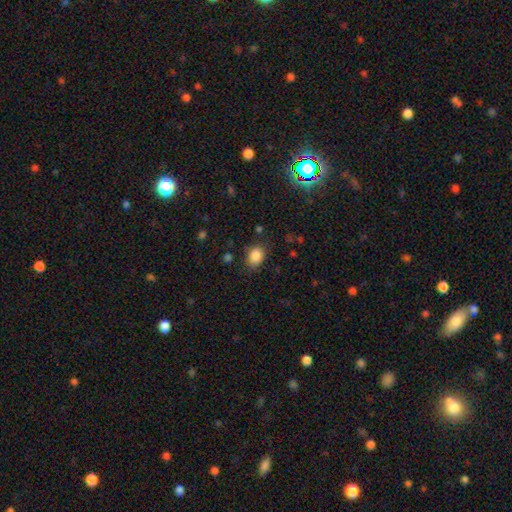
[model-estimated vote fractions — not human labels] Overall: smooth (87%). How rounded: in between (67%; round 32%). Merging: none (78%).